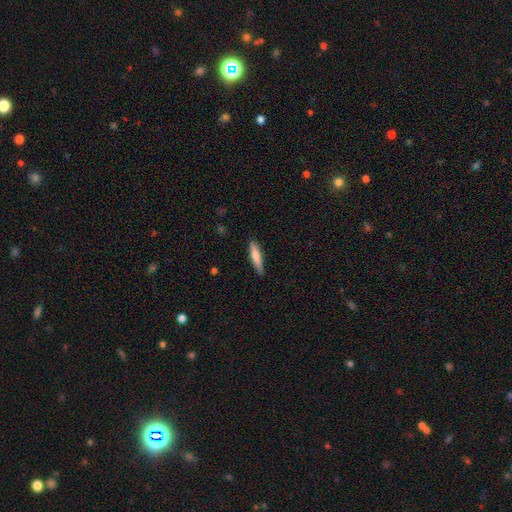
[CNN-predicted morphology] This appears to be a smooth galaxy with no disk features (75%) that is cigar-shaped (85%). Merging: none (86%).